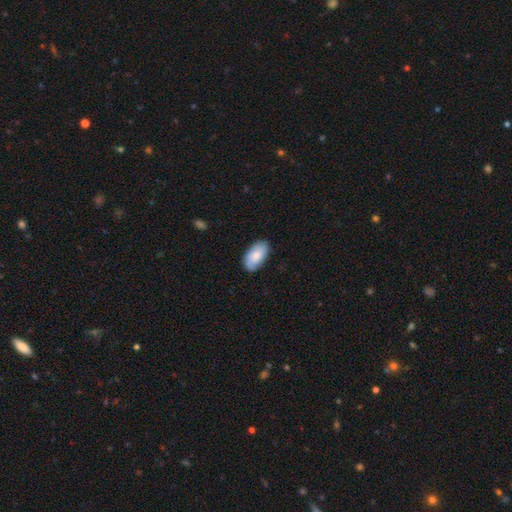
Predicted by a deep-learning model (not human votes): Morphology: type=smooth (77%); roundness=in between (95%); merging=none (83%).